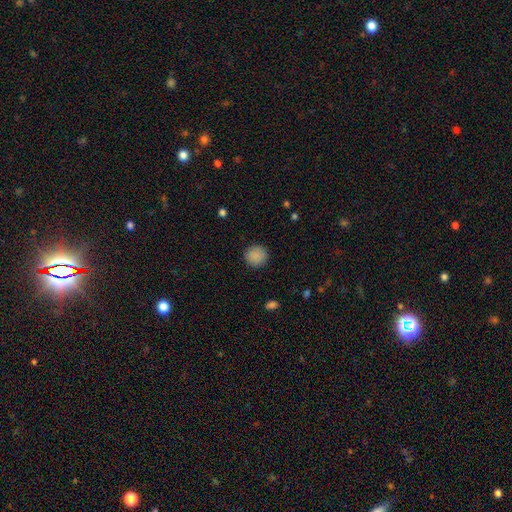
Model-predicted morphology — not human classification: Overall: smooth (88%). How rounded: round (91%). Merging: none (91%).